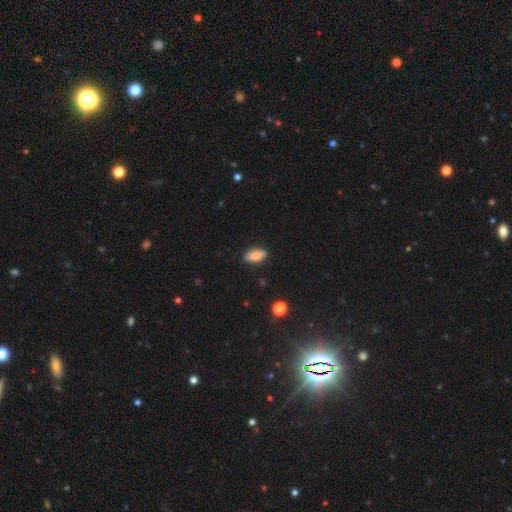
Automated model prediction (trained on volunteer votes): A smooth galaxy with no disk features (80%) that is in between round and cigar-shaped (81%). Merging: none (88%).